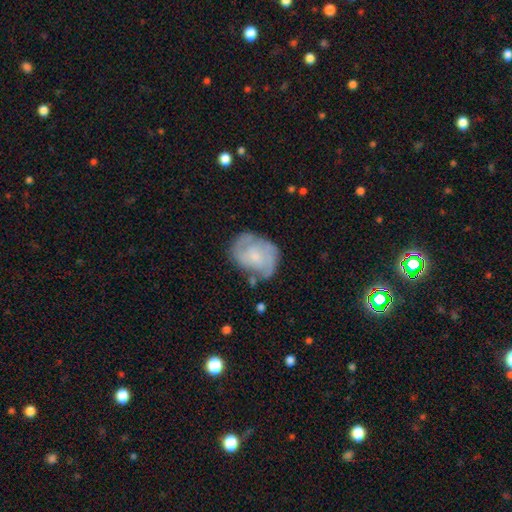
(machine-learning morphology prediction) Smooth or featured?
  - featured or disk: 69% *
  - smooth: 25%
  - star or artifact: 7%
Edge-on disk?
  - no: 98% *
  - yes: 2%
Bar?
  - no: 66% *
  - weak: 30%
  - strong: 4%
Spiral arms?
  - yes: 86% *
  - no: 14%
Spiral winding?
  - medium: 42% *
  - tight: 40%
  - loose: 17%
Spiral arm count?
  - 2: 52% *
  - can't tell: 25%
  - 3: 12%
  - 1: 5%
  - 4: 3%
  - more than 4: 3%
Bulge size?
  - small: 57% *
  - moderate: 26%
  - none: 13%
  - large: 3%
  - dominant: 1%
Merging?
  - none: 61% *
  - minor disturbance: 25%
  - major disturbance: 11%
  - merger: 4%